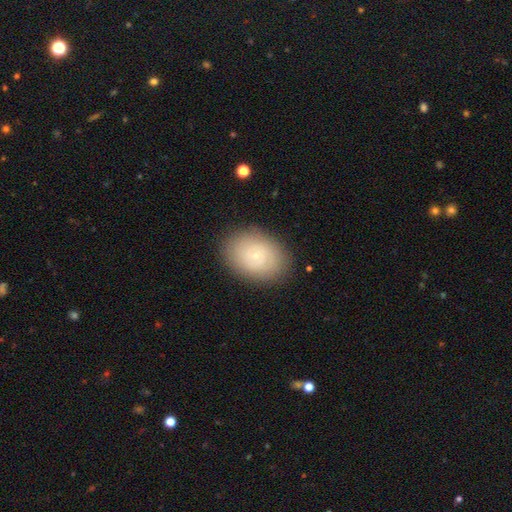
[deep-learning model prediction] Smooth or featured? smooth (62%)
How rounded? in between (73%)
Merging? none (86%)